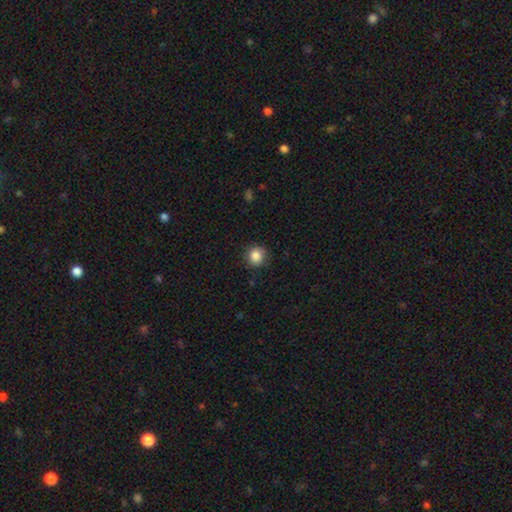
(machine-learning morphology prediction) The model was most divided on "merging": none: 85%, minor disturbance: 11%, major disturbance: 3%, merger: 1%. More confident: how rounded — round (90%); smooth or featured — smooth (86%).